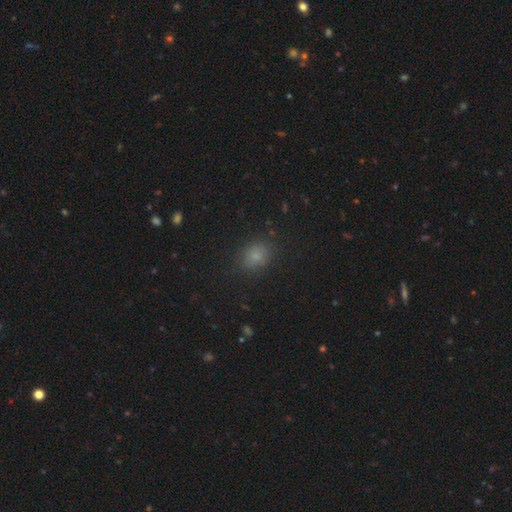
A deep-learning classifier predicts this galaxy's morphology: A smooth galaxy with no disk features (77%) that is round (54%).

Vote fractions:
- Smooth or featured? smooth: 77% / star or artifact: 16% / featured or disk: 7%
- How rounded? round: 54% / in between: 45% / cigar-shaped: 1%
- Merging? none: 84% / minor disturbance: 11% / major disturbance: 3% / merger: 1%